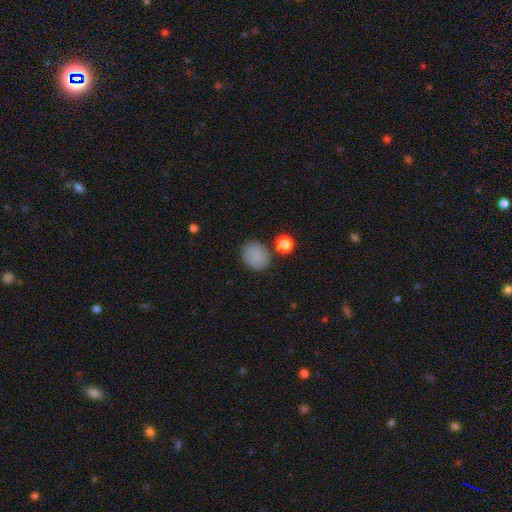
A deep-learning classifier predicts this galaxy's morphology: Smooth or featured? Predicted: smooth (p=0.84). How rounded? Predicted: round (p=0.64). Merging? Predicted: none (p=0.81).